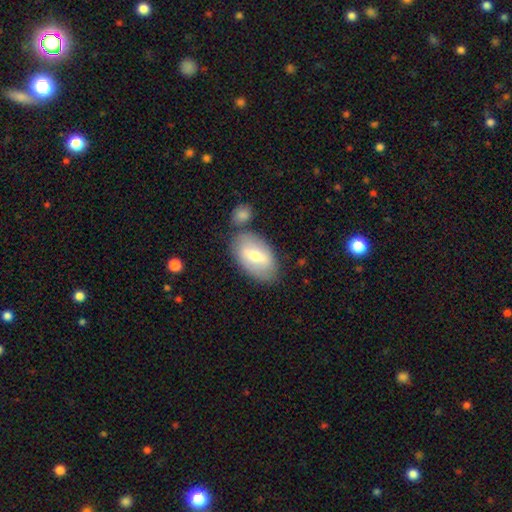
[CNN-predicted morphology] Q: Smooth or featured?
A: smooth (55%); runner-up: featured or disk (39%)
Q: How rounded?
A: in between (91%); runner-up: round (6%)
Q: Merging?
A: none (69%); runner-up: minor disturbance (14%)